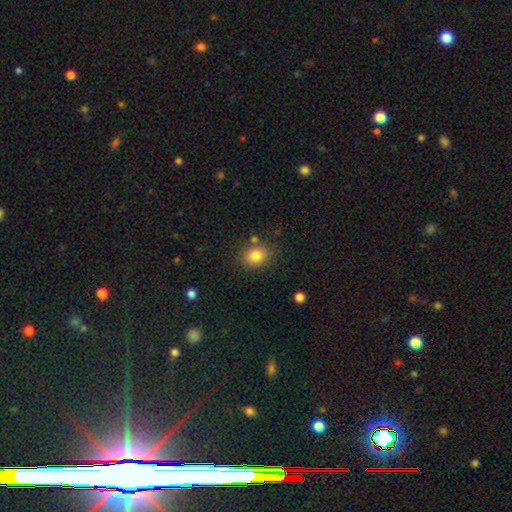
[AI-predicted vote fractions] A smooth galaxy with no disk features (83%) that is round (50%).

Vote fractions:
- Smooth or featured? smooth: 83% / star or artifact: 10% / featured or disk: 7%
- How rounded? round: 50% / in between: 49% / cigar-shaped: 1%
- Merging? none: 79% / minor disturbance: 12% / merger: 6% / major disturbance: 4%